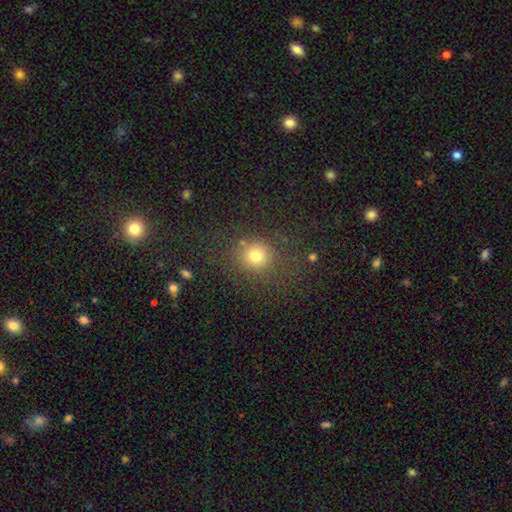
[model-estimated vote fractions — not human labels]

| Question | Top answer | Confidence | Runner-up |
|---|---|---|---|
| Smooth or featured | smooth | 74% | star or artifact (19%) |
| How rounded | round | 86% | in between (13%) |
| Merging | none | 76% | minor disturbance (12%) |